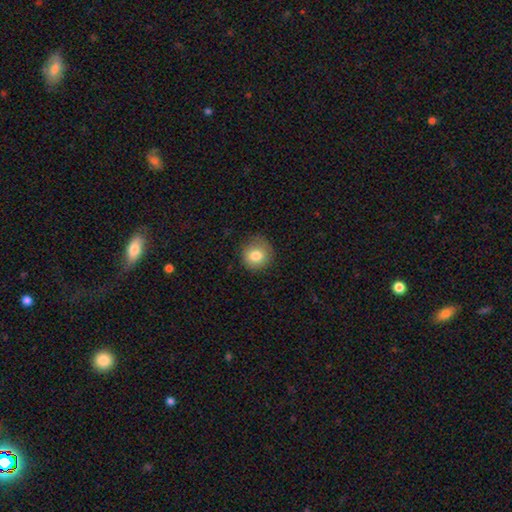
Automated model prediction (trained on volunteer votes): Smooth or featured? smooth (81%)
How rounded? round (88%)
Merging? none (79%)